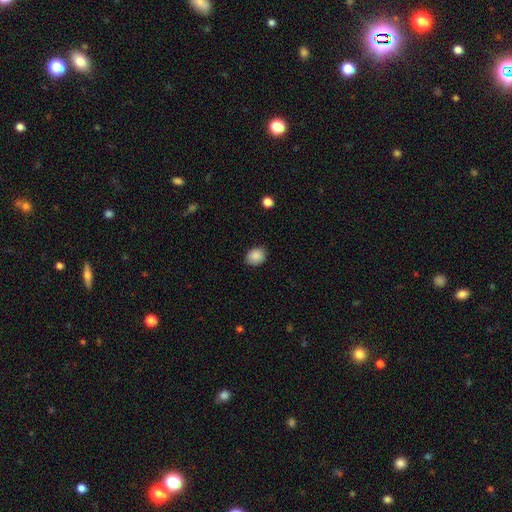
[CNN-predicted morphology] Overall: smooth (88%). How rounded: round (54%; in between 45%). Merging: none (84%).